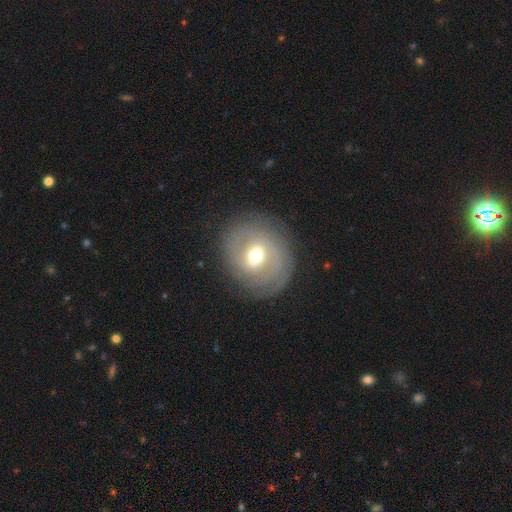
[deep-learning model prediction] smooth_or_featured: featured or disk (p=0.61) [alt: smooth p=0.31]
disk_edge_on: no (p=0.95) [alt: yes p=0.05]
bar: weak (p=0.50) [alt: no p=0.30]
has_spiral_arms: yes (p=0.62) [alt: no p=0.38]
bulge_size: moderate (p=0.66) [alt: small p=0.24]
merging: none (p=0.81) [alt: minor disturbance p=0.12]